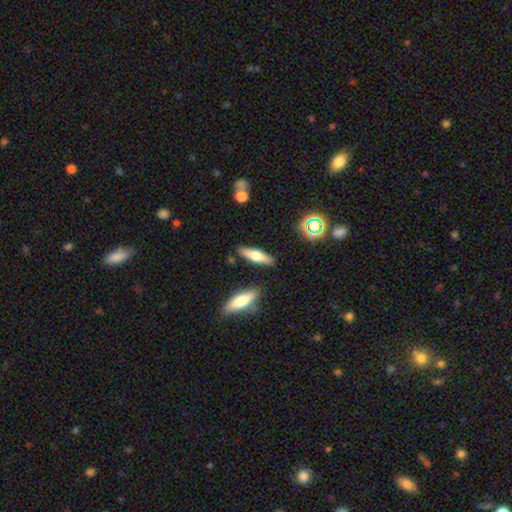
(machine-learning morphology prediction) smooth-or-featured: smooth: 49% | featured or disk: 44% | star or artifact: 7%
  merging: none: 86% | minor disturbance: 9% | merger: 4% | major disturbance: 2%